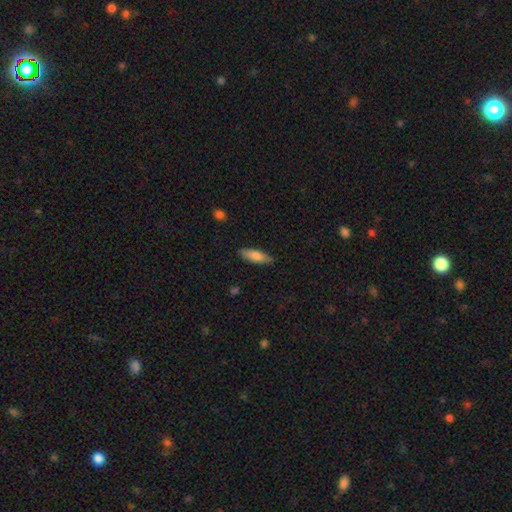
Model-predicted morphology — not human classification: Smooth or featured? Predicted: smooth (p=0.79). How rounded? Predicted: in between (p=0.54). Merging? Predicted: none (p=0.85).